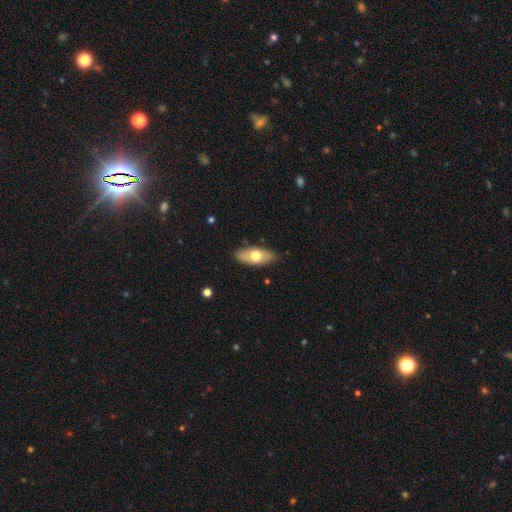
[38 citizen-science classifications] smooth 58%, featured or disk 39%, star or artifact 3%. Down the decision tree: how rounded — in between (91%); merging — none (92%).